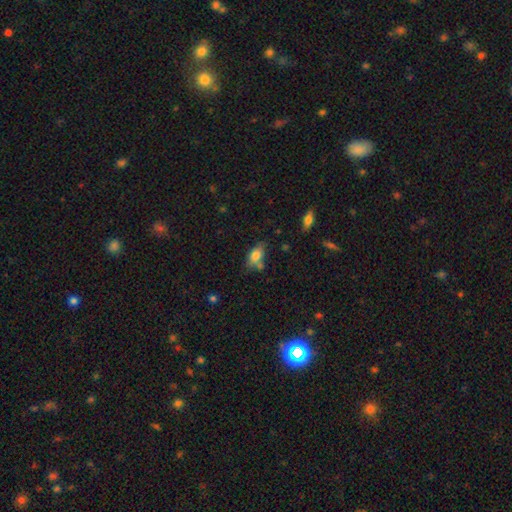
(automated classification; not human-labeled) A smooth galaxy with no disk features (79%) that is in between round and cigar-shaped (86%). Merging: none (58%).